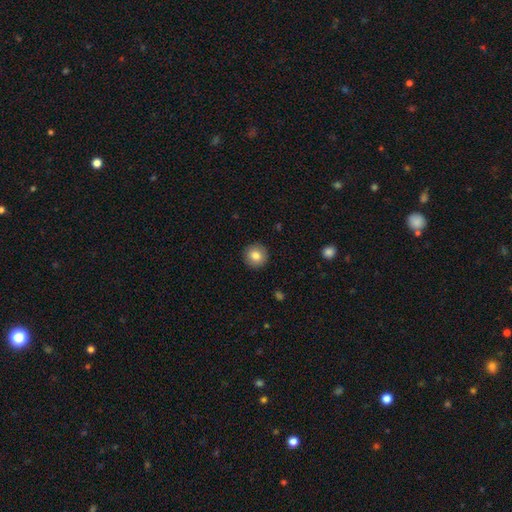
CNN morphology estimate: Smooth or featured? Predicted: smooth (p=0.83). How rounded? Predicted: round (p=0.95). Merging? Predicted: none (p=0.92).